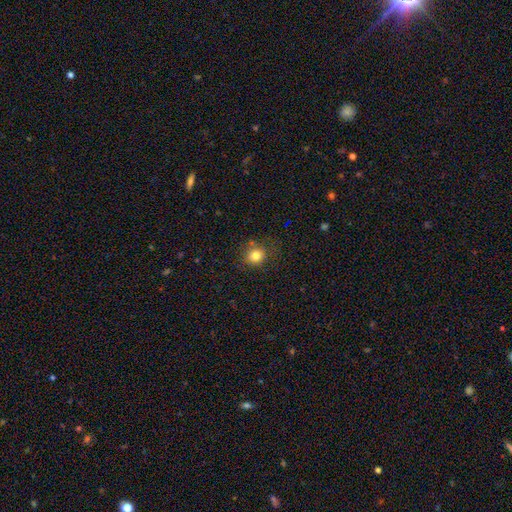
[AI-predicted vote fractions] A smooth galaxy with no disk features (81%) that is round (81%). Merging: none (80%).